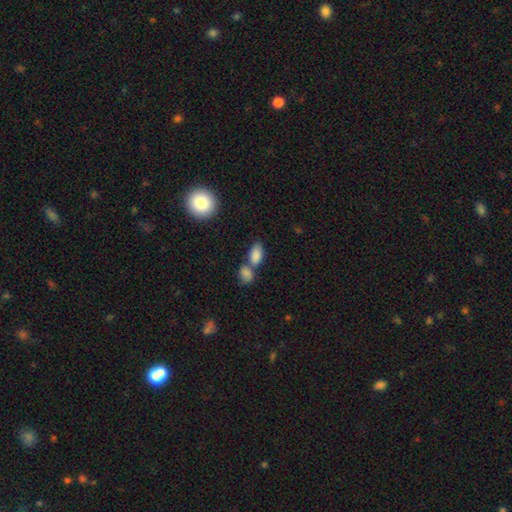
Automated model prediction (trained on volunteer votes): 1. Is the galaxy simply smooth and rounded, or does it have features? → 84% smooth, 9% star or artifact, 8% featured or disk.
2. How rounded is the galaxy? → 91% in between, 6% round, 3% cigar-shaped.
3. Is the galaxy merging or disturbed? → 48% merger, 37% none, 10% minor disturbance, 5% major disturbance.